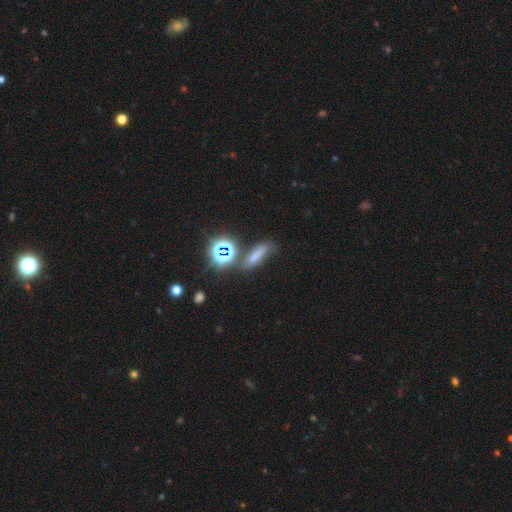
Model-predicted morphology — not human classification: Smooth or featured: smooth — 58% (star or artifact — 30%)
How rounded: cigar-shaped — 50% (in between — 36%)
Merging: none — 61% (minor disturbance — 17%)